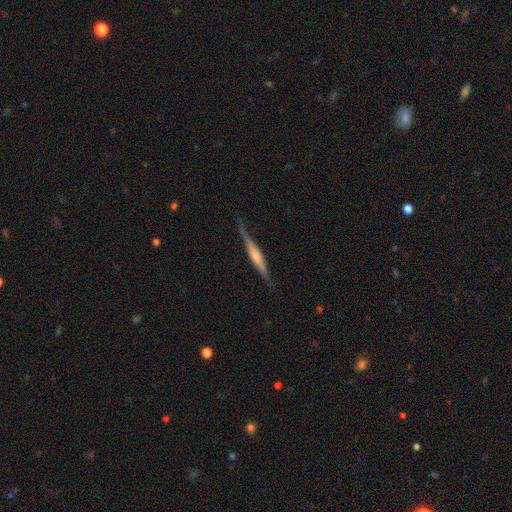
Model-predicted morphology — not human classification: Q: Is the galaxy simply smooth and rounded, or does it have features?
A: featured or disk — 69%.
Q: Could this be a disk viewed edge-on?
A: yes — 97%.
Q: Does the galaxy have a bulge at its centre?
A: rounded — 50%.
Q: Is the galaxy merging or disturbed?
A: none — 83%.